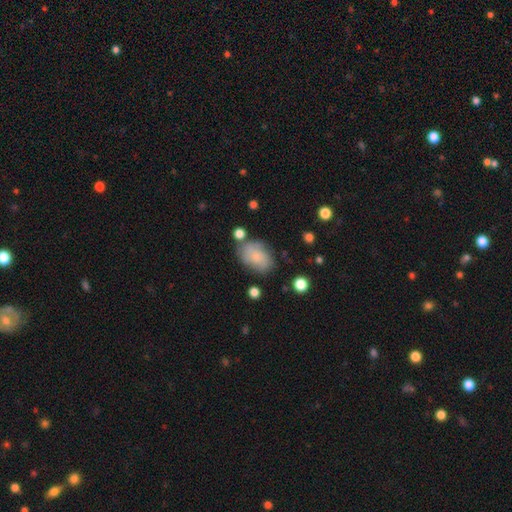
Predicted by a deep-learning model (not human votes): Morphology: type=smooth (70%); roundness=in between (81%); merging=none (64%).